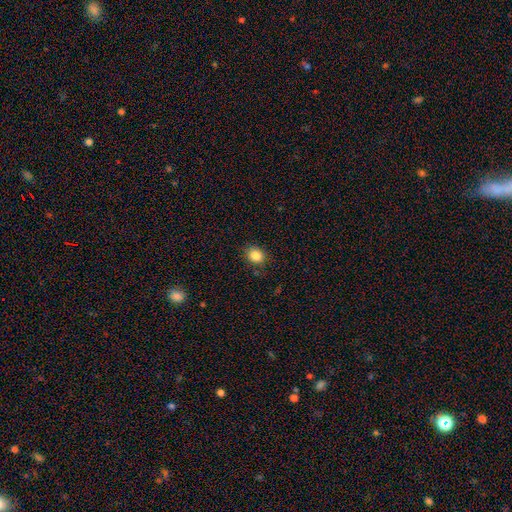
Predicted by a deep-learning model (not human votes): Morphology: type=smooth (85%); roundness=round (60%); merging=none (86%).